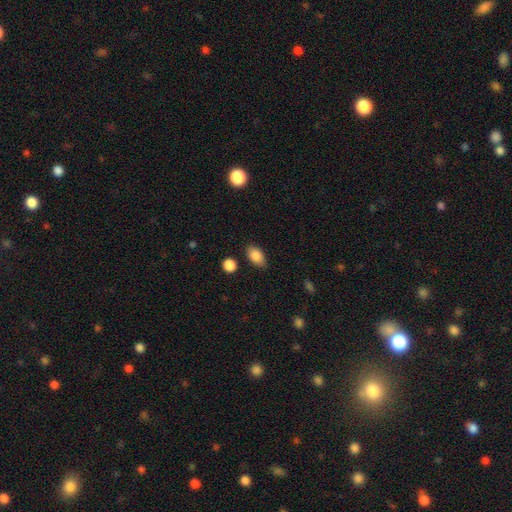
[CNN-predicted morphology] A smooth galaxy with no disk features (86%) that is in between round and cigar-shaped (86%).

Vote fractions:
- Smooth or featured? smooth: 86% / star or artifact: 8% / featured or disk: 6%
- How rounded? in between: 86% / round: 12% / cigar-shaped: 2%
- Merging? none: 78% / minor disturbance: 16% / major disturbance: 3% / merger: 3%